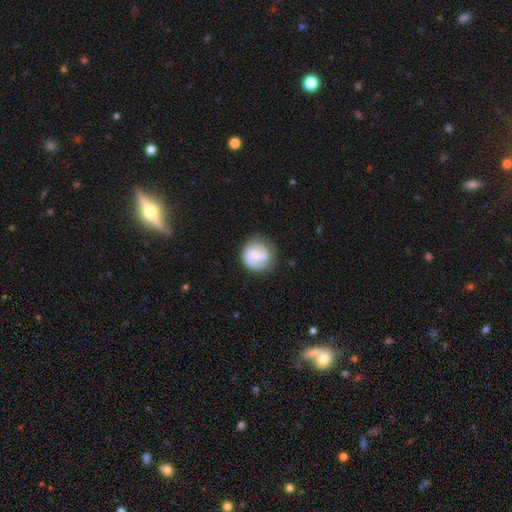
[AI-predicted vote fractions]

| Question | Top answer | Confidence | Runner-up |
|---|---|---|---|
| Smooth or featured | featured or disk | 55% | smooth (38%) |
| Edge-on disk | no | 98% | yes (2%) |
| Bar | no | 52% | weak (40%) |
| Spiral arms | yes | 87% | no (13%) |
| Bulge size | small | 47% | moderate (27%) |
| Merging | none | 72% | minor disturbance (18%) |